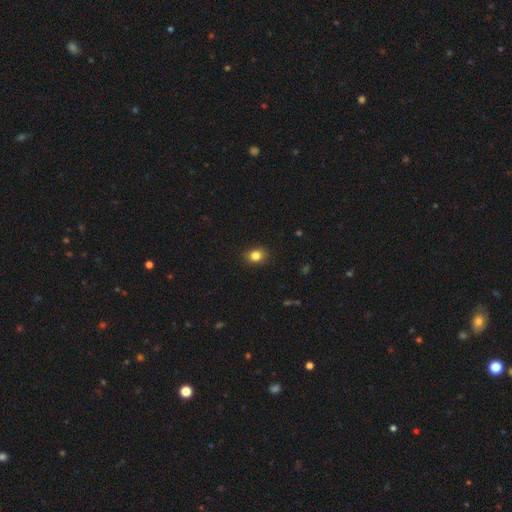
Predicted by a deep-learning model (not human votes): The model was most divided on "how rounded": round: 52%, in between: 47%, cigar-shaped: 1%. More confident: merging — none (88%); smooth or featured — smooth (83%).